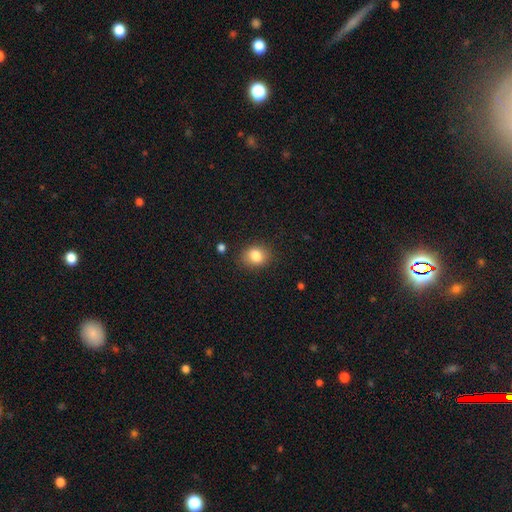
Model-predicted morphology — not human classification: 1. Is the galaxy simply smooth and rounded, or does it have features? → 83% smooth, 10% star or artifact, 7% featured or disk.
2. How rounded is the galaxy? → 50% round, 49% in between, 1% cigar-shaped.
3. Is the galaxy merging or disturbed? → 84% none, 11% minor disturbance, 3% major disturbance, 2% merger.